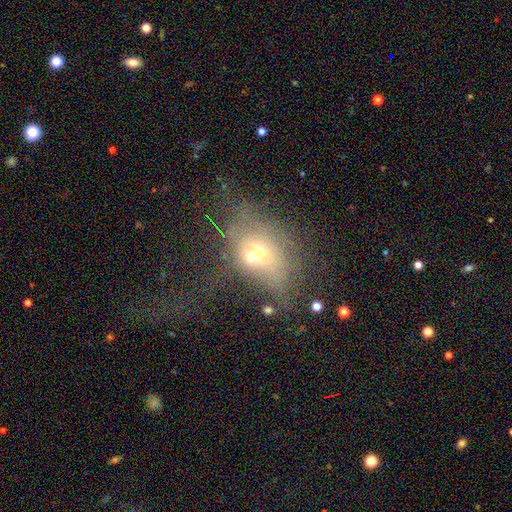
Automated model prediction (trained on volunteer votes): Smooth or featured: smooth — 44% (featured or disk — 39%)
Merging: major disturbance — 41% (merger — 26%)